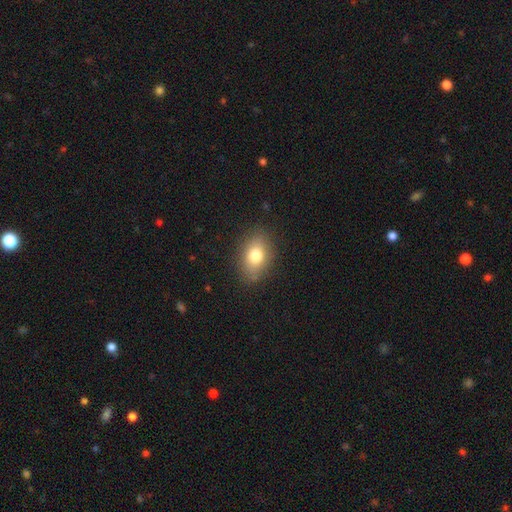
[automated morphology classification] Q: Smooth or featured?
A: smooth (78%); runner-up: featured or disk (13%)
Q: How rounded?
A: in between (80%); runner-up: round (19%)
Q: Merging?
A: none (83%); runner-up: minor disturbance (13%)